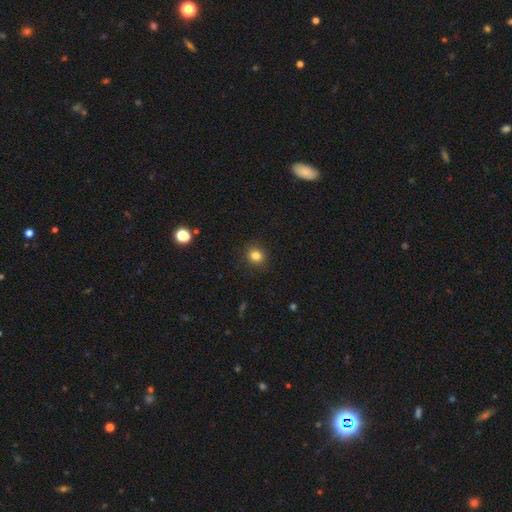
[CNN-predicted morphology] Smooth or featured? Predicted: smooth (p=0.83). How rounded? Predicted: round (p=0.83). Merging? Predicted: none (p=0.90).